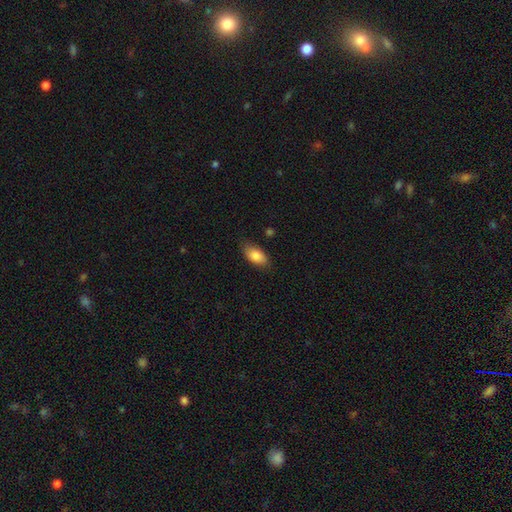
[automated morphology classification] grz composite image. It shows a smooth galaxy with no disk features (85%) that is in between round and cigar-shaped (91%). Merging: none (80%).